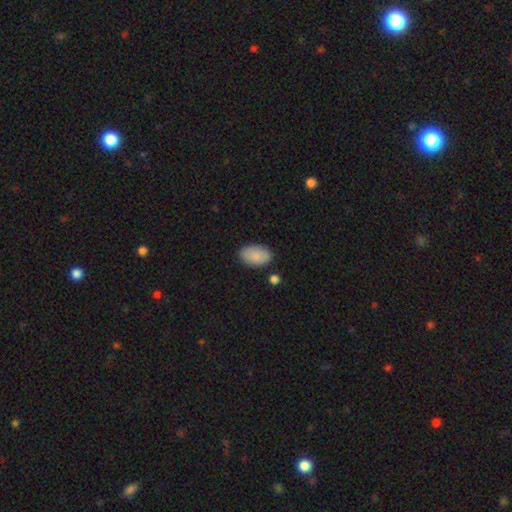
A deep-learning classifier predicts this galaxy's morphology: This appears to be a smooth galaxy with no disk features (87%) that is in between round and cigar-shaped (93%). Merging: none (82%).